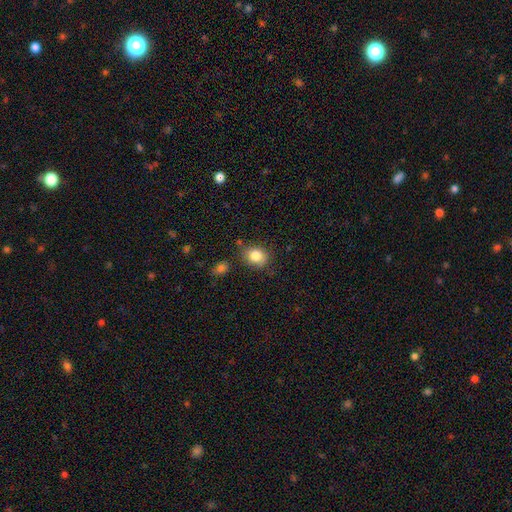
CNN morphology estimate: A smooth galaxy with no disk features (83%) that is round (58%). Merging: none (75%).